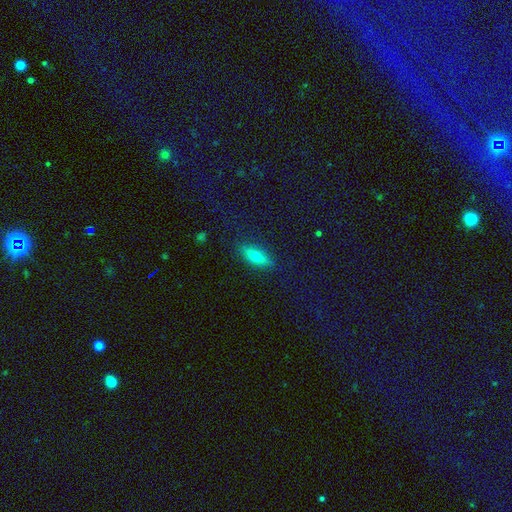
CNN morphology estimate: Overall: smooth (60%; featured or disk 31%). How rounded: in between (53%; cigar-shaped 43%). Merging: none (86%).